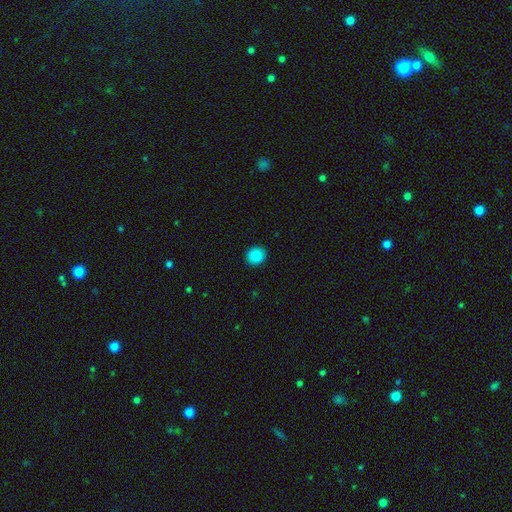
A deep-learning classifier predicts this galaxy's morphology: This appears to be a smooth galaxy with no disk features (88%) that is round (87%). Merging: none (92%).